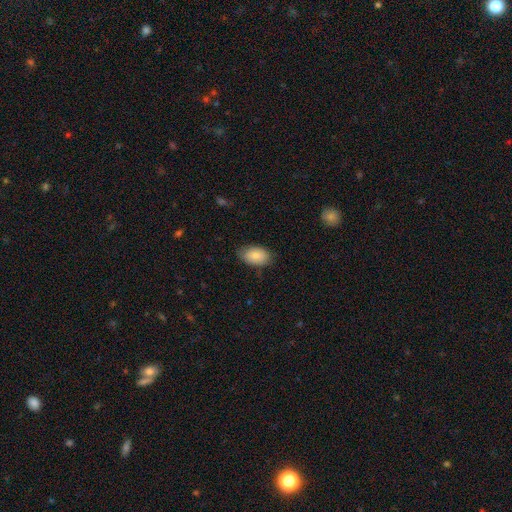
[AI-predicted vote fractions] smooth_or_featured: smooth (p=0.84) [alt: featured or disk p=0.10]
how_rounded: in between (p=0.93) [alt: round p=0.06]
merging: none (p=0.79) [alt: minor disturbance p=0.17]